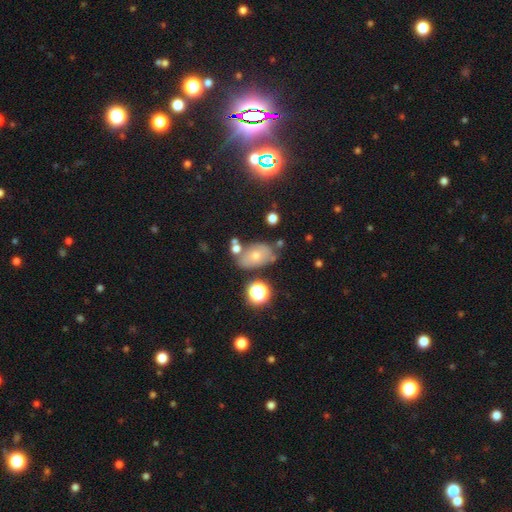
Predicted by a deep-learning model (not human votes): Smooth or featured? smooth (59%)
How rounded? in between (83%)
Merging? none (60%)